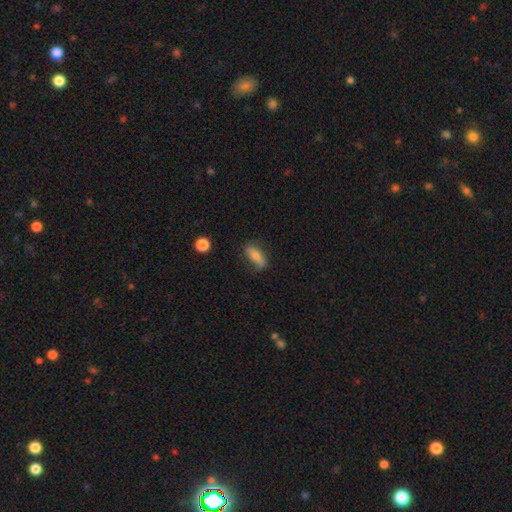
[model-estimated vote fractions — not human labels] Morphology: type=smooth (71%); roundness=in between (66%); merging=none (75%).